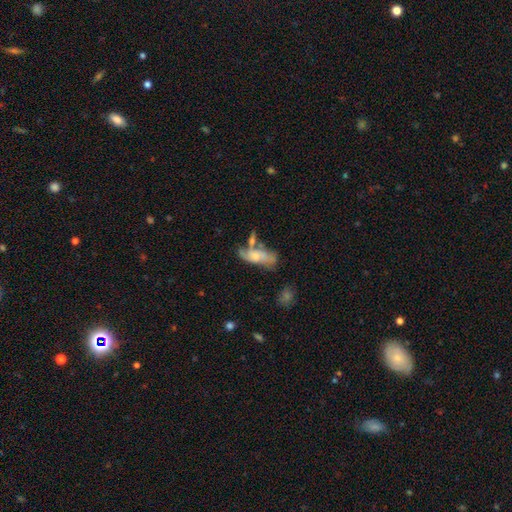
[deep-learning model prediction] Morphology: type=featured or disk (51%); edge-on=no (81%); merging=none (37%).